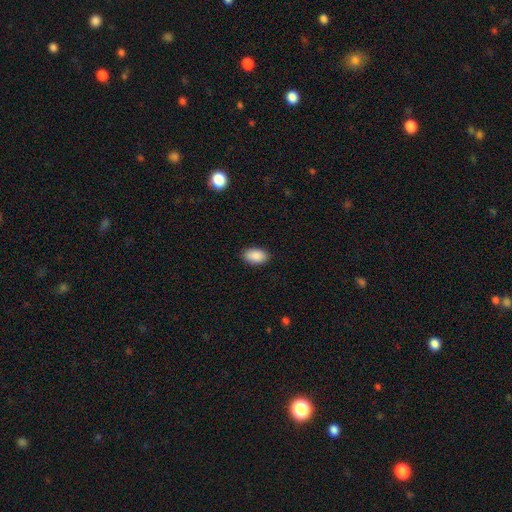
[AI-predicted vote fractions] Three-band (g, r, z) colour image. It shows a smooth galaxy with no disk features (90%) that is in between round and cigar-shaped (93%). Merging: none (88%).